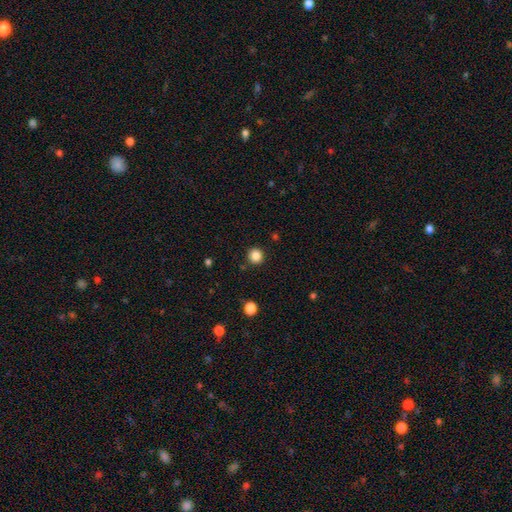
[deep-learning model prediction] Q: Smooth or featured?
A: smooth (85%); runner-up: star or artifact (11%)
Q: How rounded?
A: round (94%); runner-up: in between (6%)
Q: Merging?
A: none (90%); runner-up: minor disturbance (6%)